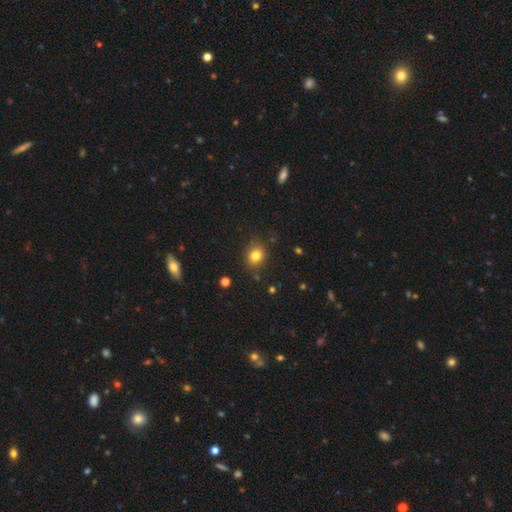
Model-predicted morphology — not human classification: Smooth or featured?
  - smooth: 80% *
  - star or artifact: 13%
  - featured or disk: 7%
How rounded?
  - round: 63% *
  - in between: 36%
  - cigar-shaped: 1%
Merging?
  - none: 83% *
  - minor disturbance: 12%
  - major disturbance: 3%
  - merger: 2%